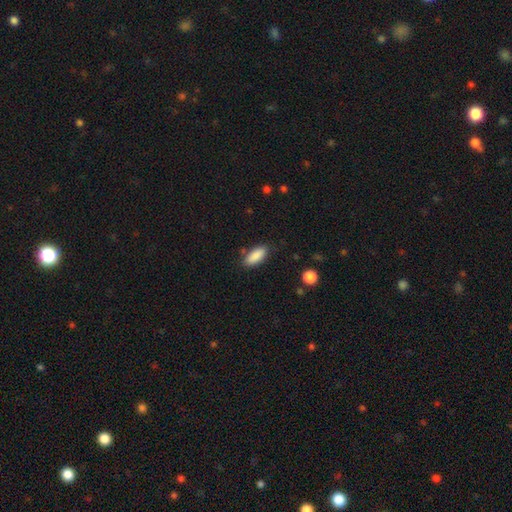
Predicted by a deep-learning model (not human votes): The model was most divided on "how rounded": in between: 79%, cigar-shaped: 19%, round: 2%. More confident: smooth or featured — smooth (88%); merging — none (82%).